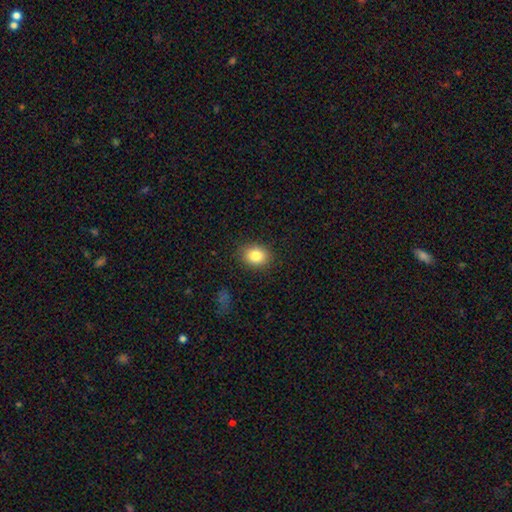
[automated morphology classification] smooth-or-featured: smooth: 83% | star or artifact: 9% | featured or disk: 7%
  how-rounded: round: 51% | in between: 48% | cigar-shaped: 1%
  merging: none: 87% | minor disturbance: 9% | major disturbance: 3% | merger: 1%